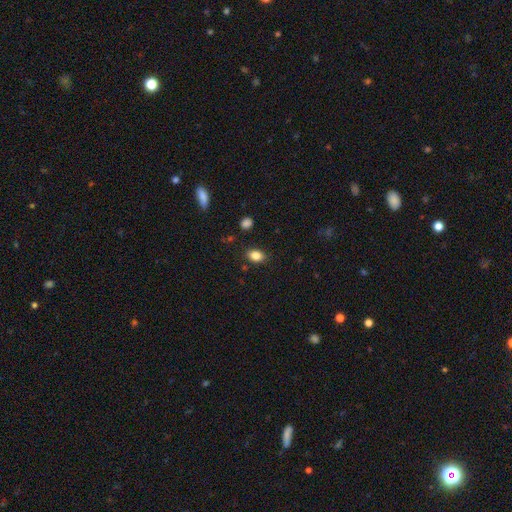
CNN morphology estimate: Smooth or featured?
  - smooth: 85% *
  - star or artifact: 10%
  - featured or disk: 5%
How rounded?
  - in between: 79% *
  - round: 19%
  - cigar-shaped: 1%
Merging?
  - none: 86% *
  - minor disturbance: 10%
  - major disturbance: 2%
  - merger: 2%